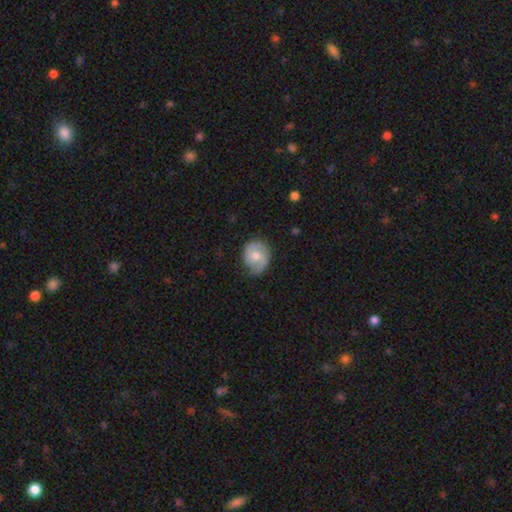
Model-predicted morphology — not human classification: Smooth or featured: featured or disk — 56% (smooth — 37%)
Edge-on disk: no — 97% (yes — 3%)
Bar: no — 55% (weak — 38%)
Spiral arms: yes — 84% (no — 16%)
Bulge size: moderate — 68% (small — 22%)
Merging: none — 72% (minor disturbance — 21%)